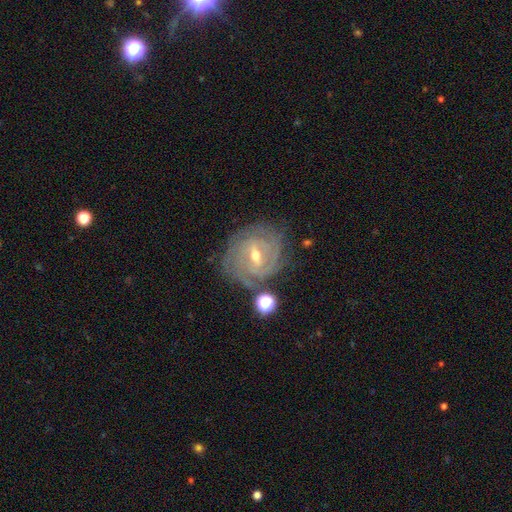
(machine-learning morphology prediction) The model was most divided on "spiral arm count": can't tell: 33%, 3: 23%, 2: 19%, 4: 15%, more than 4: 5%, 1: 5%. More confident: edge-on disk — no (96%); spiral arms — yes (94%); smooth or featured — featured or disk (86%); spiral winding — tight (75%); merging — none (73%); bulge size — moderate (57%); bar — weak (52%).